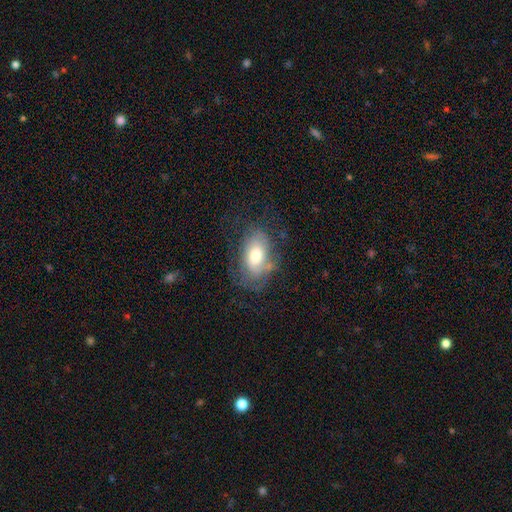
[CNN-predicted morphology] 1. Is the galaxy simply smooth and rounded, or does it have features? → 52% smooth, 39% featured or disk, 8% star or artifact.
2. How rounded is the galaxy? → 91% in between, 7% round, 2% cigar-shaped.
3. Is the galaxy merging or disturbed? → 58% none, 24% minor disturbance, 16% major disturbance, 2% merger.